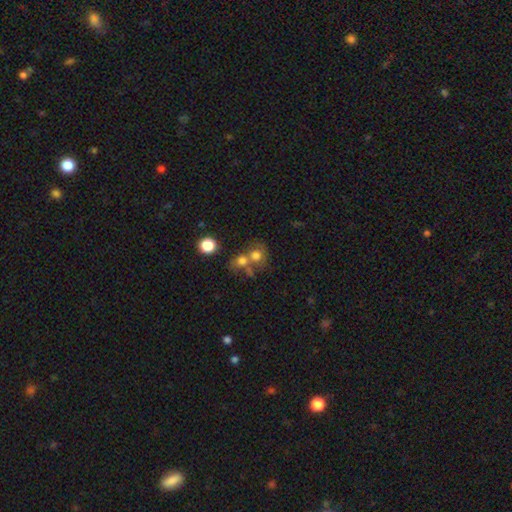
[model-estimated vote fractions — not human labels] A smooth galaxy with no disk features (71%) that is round (77%).

Vote fractions:
- Smooth or featured? smooth: 71% / featured or disk: 16% / star or artifact: 13%
- How rounded? round: 77% / in between: 22% / cigar-shaped: 1%
- Merging? merger: 51% / none: 34% / minor disturbance: 8% / major disturbance: 7%